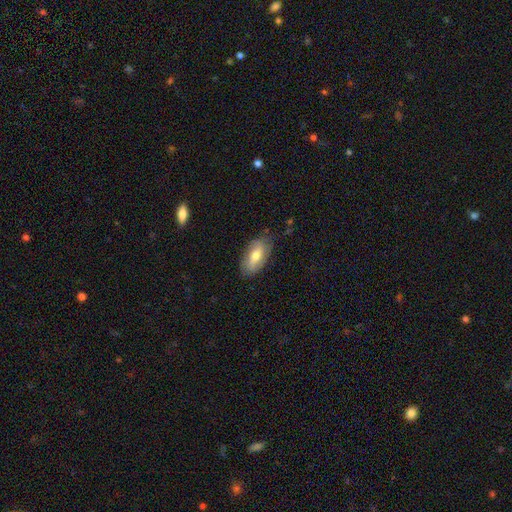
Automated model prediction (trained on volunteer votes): The model was most divided on "smooth or featured": smooth: 56%, featured or disk: 37%, star or artifact: 6%. More confident: how rounded — in between (87%); merging — none (76%).